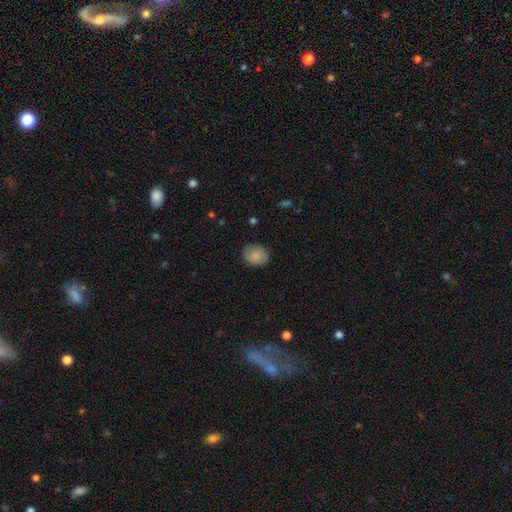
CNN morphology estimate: Smooth or featured?
  - smooth: 86% *
  - featured or disk: 7%
  - star or artifact: 7%
How rounded?
  - round: 54% *
  - in between: 45%
  - cigar-shaped: 1%
Merging?
  - none: 84% *
  - minor disturbance: 12%
  - major disturbance: 3%
  - merger: 1%